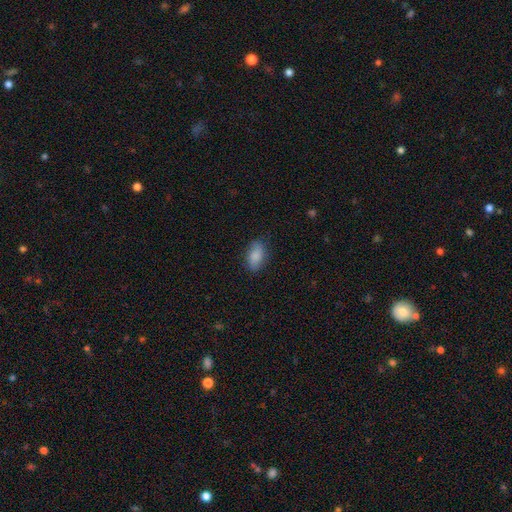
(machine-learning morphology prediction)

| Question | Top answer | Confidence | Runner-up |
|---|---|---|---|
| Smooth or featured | smooth | 86% | featured or disk (7%) |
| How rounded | in between | 91% | round (5%) |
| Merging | none | 81% | minor disturbance (14%) |